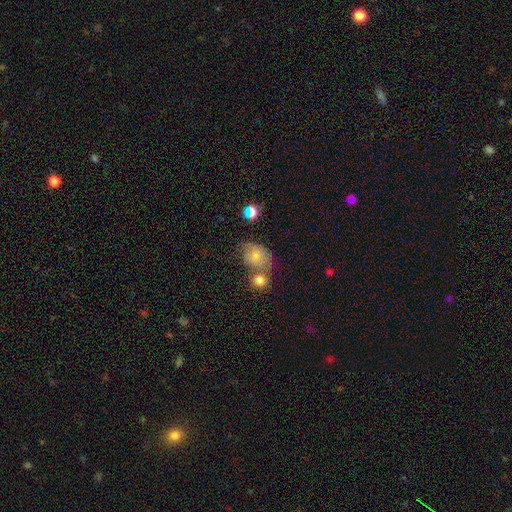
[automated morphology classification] Smooth or featured?
  - smooth: 73% *
  - featured or disk: 17%
  - star or artifact: 10%
How rounded?
  - in between: 50% *
  - round: 49%
  - cigar-shaped: 1%
Merging?
  - none: 39% *
  - merger: 32%
  - minor disturbance: 20%
  - major disturbance: 9%